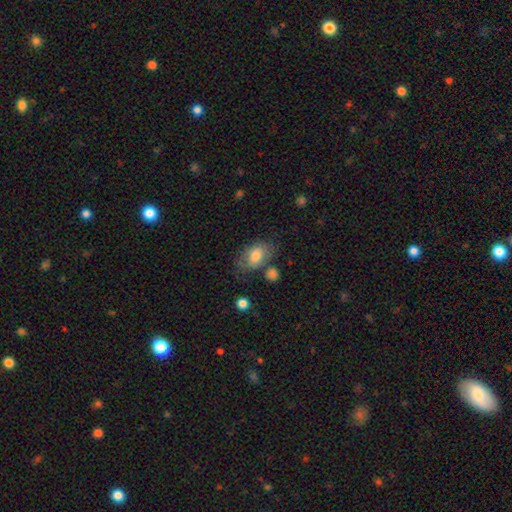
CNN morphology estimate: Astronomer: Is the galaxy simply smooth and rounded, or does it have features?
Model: smooth — 72%.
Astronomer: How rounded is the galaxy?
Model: in between — 84%.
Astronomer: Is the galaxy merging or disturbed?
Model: none — 55%.